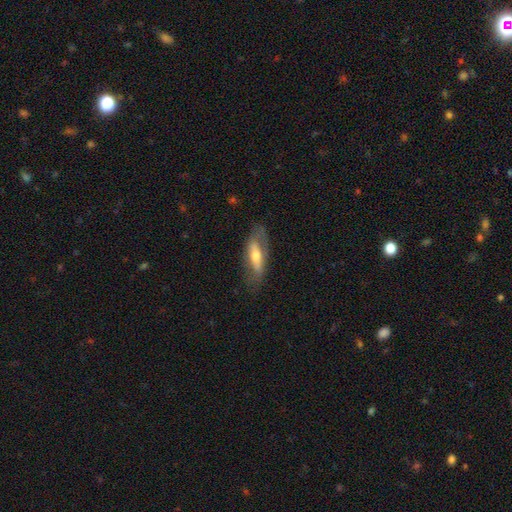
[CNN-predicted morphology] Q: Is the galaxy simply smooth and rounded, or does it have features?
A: featured or disk — 55%.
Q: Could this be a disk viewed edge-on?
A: no — 57%.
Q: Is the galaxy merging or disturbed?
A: none — 69%.